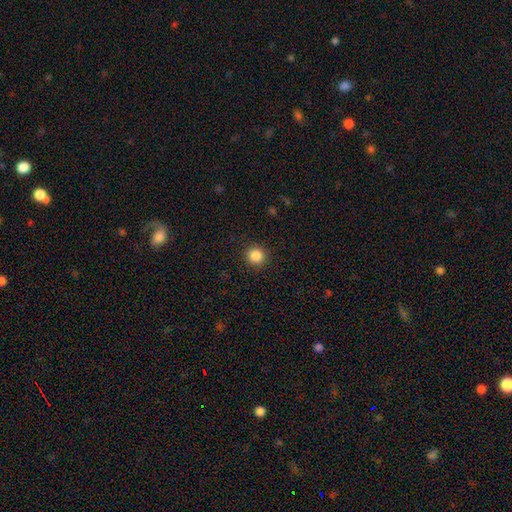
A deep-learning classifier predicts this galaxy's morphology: smooth-or-featured: smooth: 86% | star or artifact: 11% | featured or disk: 4%
  how-rounded: round: 93% | in between: 6% | cigar-shaped: 1%
  merging: none: 92% | minor disturbance: 5% | major disturbance: 2% | merger: 1%